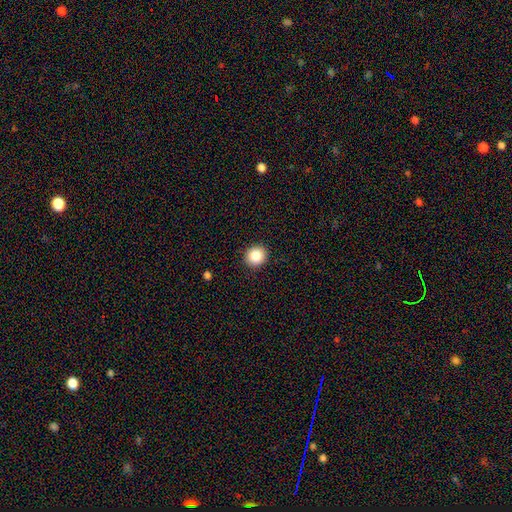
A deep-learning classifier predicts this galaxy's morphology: A smooth galaxy with no disk features (86%) that is round (87%). Merging: none (92%).